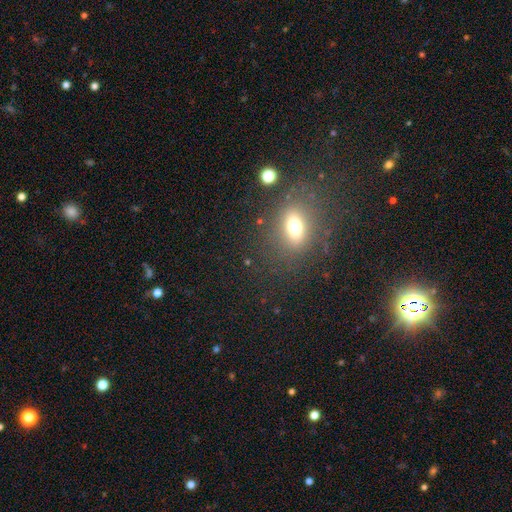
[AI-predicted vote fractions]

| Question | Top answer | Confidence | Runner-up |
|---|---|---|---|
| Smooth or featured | smooth | 51% | star or artifact (35%) |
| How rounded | in between | 61% | round (35%) |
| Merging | none | 84% | minor disturbance (9%) |